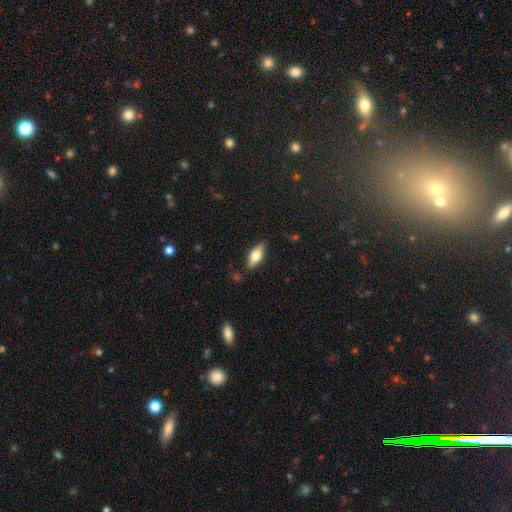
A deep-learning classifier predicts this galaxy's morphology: Overall: smooth (61%; featured or disk 32%). How rounded: in between (71%). Merging: none (83%).